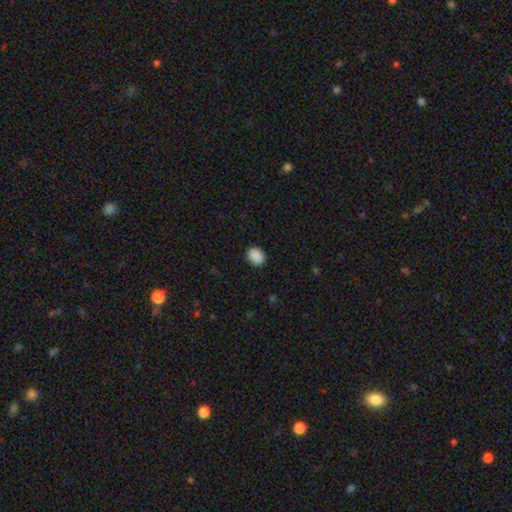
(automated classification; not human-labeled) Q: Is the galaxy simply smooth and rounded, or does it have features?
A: smooth — 90%.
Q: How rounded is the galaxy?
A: in between — 61%.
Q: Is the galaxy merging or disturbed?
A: none — 89%.